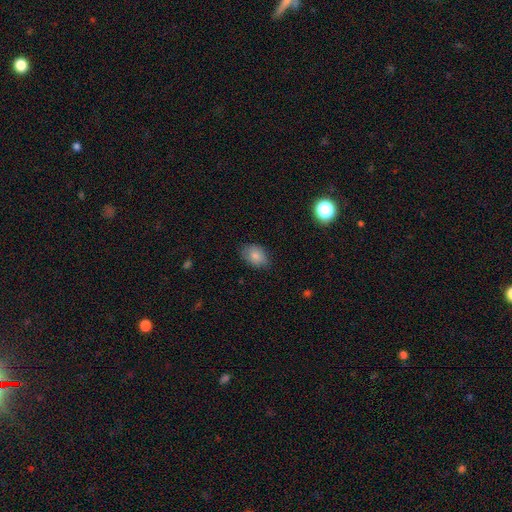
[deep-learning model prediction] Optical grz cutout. It shows a smooth galaxy with no disk features (83%) that is in between round and cigar-shaped (76%). Merging: none (75%).